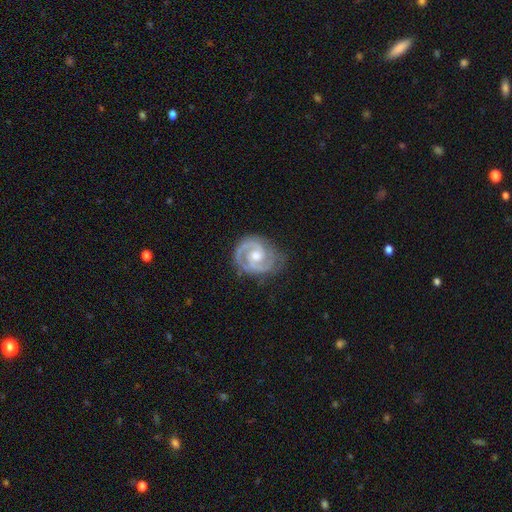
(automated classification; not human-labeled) Smooth or featured? featured or disk (91%)
Edge-on disk? no (98%)
Bar? no (60%)
Spiral arms? yes (98%)
Spiral winding? tight (65%)
Spiral arm count? 2 (86%)
Bulge size? moderate (71%)
Merging? none (78%)